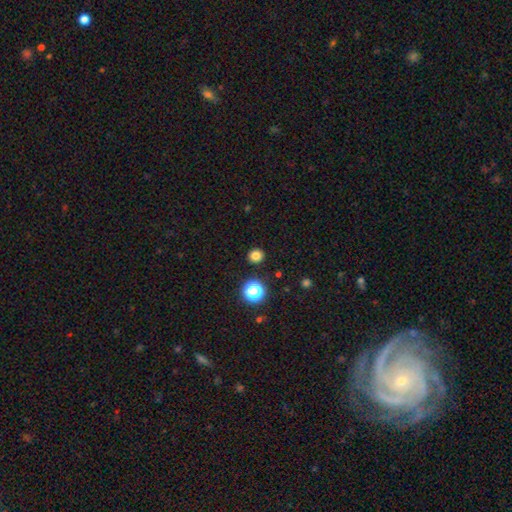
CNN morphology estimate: A smooth galaxy with no disk features (81%) that is round (90%). Merging: none (92%).